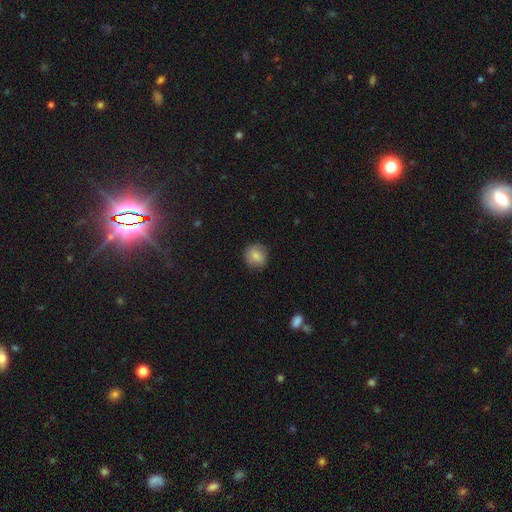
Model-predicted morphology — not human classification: This is clearly a smooth galaxy (83%). How rounded: clearly round (86%). Merging: clearly none (86%).